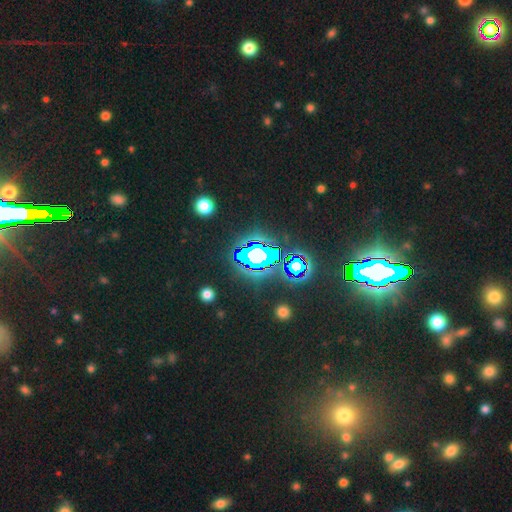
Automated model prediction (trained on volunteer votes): Smooth or featured?
  - star or artifact: 72% *
  - smooth: 15%
  - featured or disk: 14%